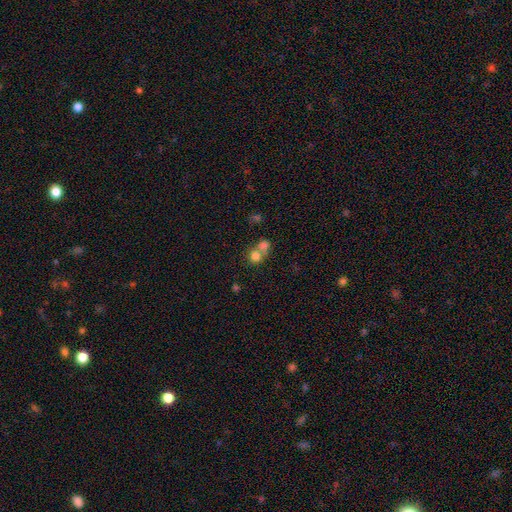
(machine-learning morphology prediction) smooth_or_featured: smooth (p=0.76) [alt: star or artifact p=0.13]
how_rounded: round (p=0.79) [alt: in between p=0.20]
merging: merger (p=0.56) [alt: none p=0.34]